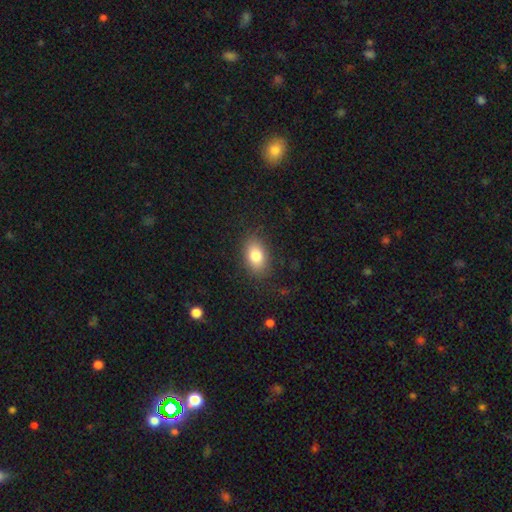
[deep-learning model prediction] Overall: smooth (80%). How rounded: in between (84%). Merging: none (84%).